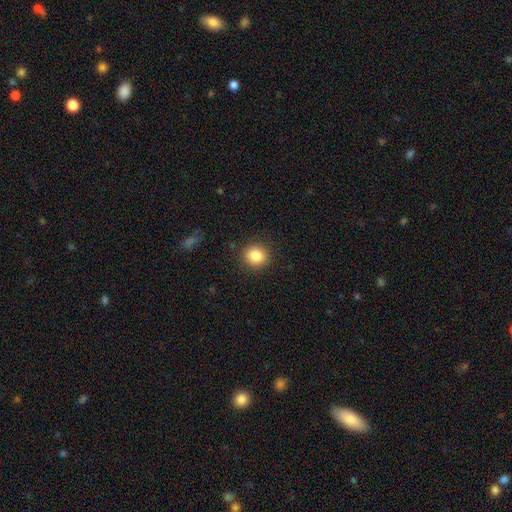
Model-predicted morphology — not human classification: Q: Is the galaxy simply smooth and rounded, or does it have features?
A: smooth — 84%.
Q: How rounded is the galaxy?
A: round — 86%.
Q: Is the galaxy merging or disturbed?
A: none — 89%.